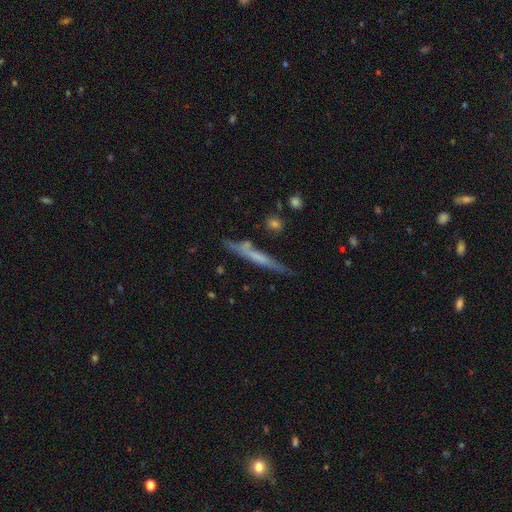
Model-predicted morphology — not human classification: Smooth or featured?
  - featured or disk: 47% *
  - smooth: 45%
  - star or artifact: 8%
Merging?
  - none: 72% *
  - minor disturbance: 18%
  - merger: 5%
  - major disturbance: 5%